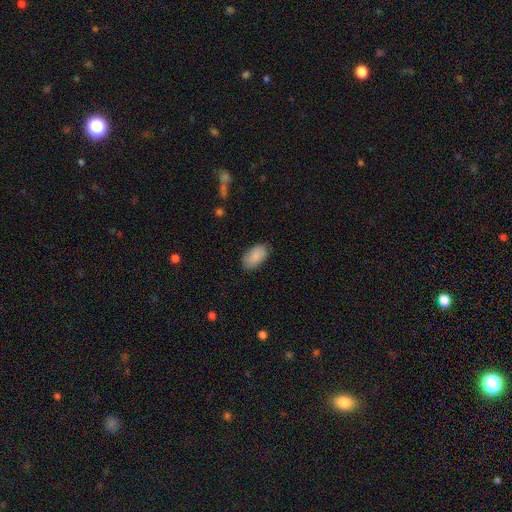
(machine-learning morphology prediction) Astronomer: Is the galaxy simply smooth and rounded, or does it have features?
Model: smooth — 88%.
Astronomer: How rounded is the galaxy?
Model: in between — 94%.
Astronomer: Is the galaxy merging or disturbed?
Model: none — 82%.